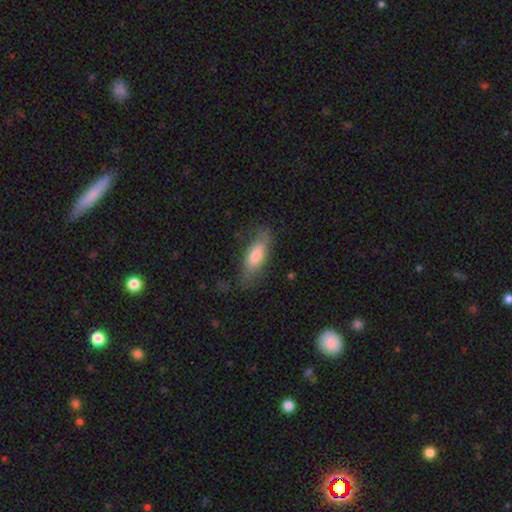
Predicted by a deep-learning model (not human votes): This is likely a smooth galaxy (69%). How rounded: likely in between (66%). Merging: likely none (66%).